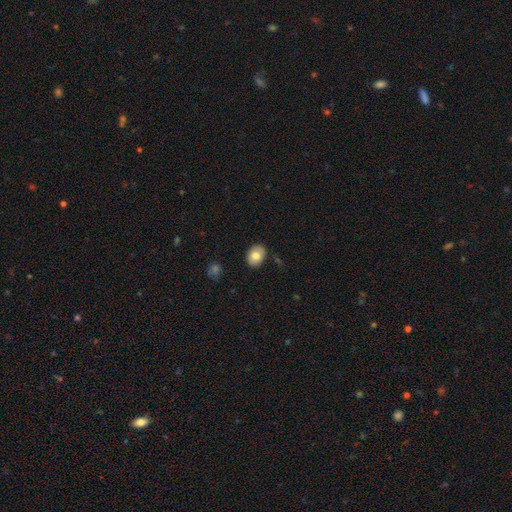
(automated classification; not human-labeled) smooth 78%, featured or disk 15%, star or artifact 7%. Down the decision tree: how rounded — in between (65%); merging — none (87%).